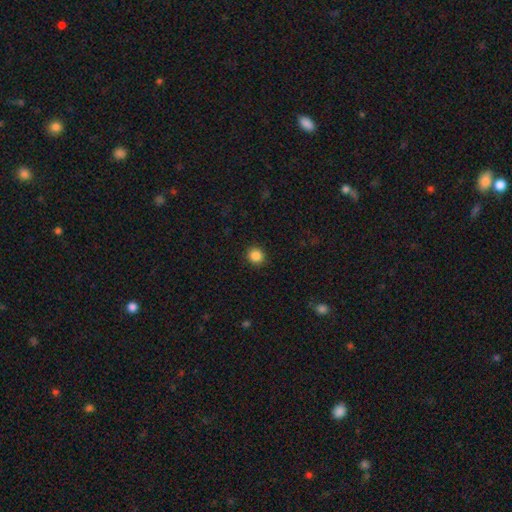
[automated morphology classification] Smooth or featured? Predicted: smooth (p=0.87). How rounded? Predicted: round (p=0.90). Merging? Predicted: none (p=0.91).